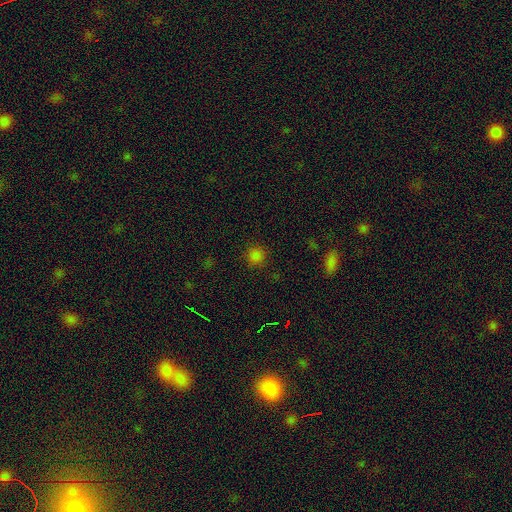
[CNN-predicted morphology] A smooth galaxy with no disk features (78%) that is round (92%).

Vote fractions:
- Smooth or featured? smooth: 78% / star or artifact: 18% / featured or disk: 4%
- How rounded? round: 92% / in between: 7% / cigar-shaped: 1%
- Merging? none: 86% / minor disturbance: 9% / major disturbance: 3% / merger: 2%